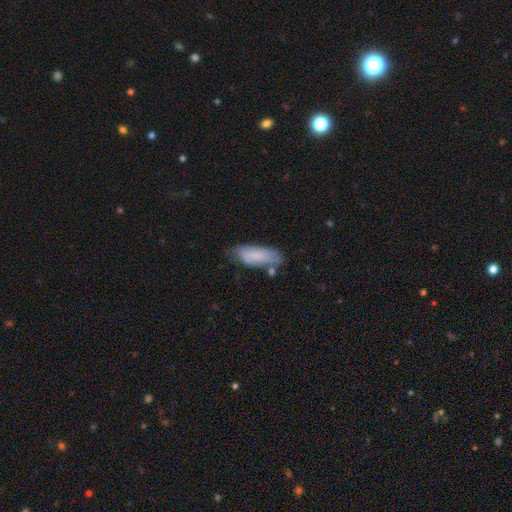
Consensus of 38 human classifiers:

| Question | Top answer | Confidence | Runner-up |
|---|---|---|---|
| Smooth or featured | smooth | 82% | featured or disk (16%) |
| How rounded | in between | 77% | cigar-shaped (19%) |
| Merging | none | 54% | minor disturbance (32%) |